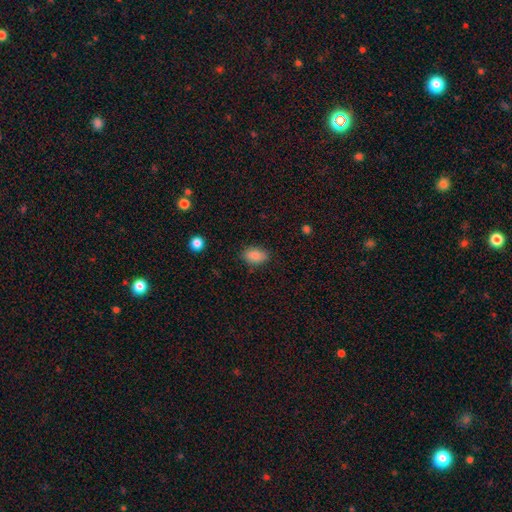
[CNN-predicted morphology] Q: Smooth or featured?
A: smooth (87%); runner-up: star or artifact (8%)
Q: How rounded?
A: in between (88%); runner-up: round (10%)
Q: Merging?
A: none (84%); runner-up: minor disturbance (12%)